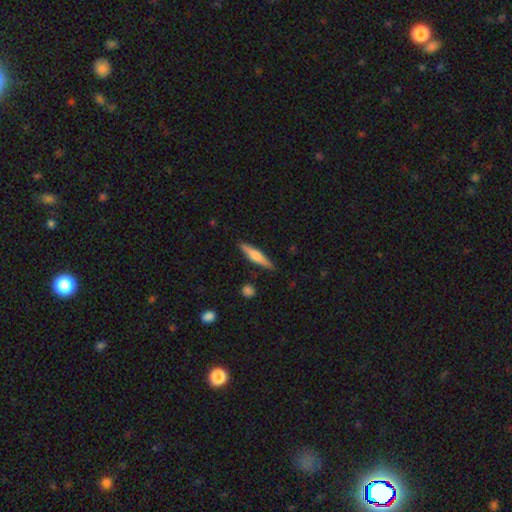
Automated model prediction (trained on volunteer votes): Smooth or featured? Predicted: featured or disk (p=0.51). Edge-on disk? Predicted: yes (p=0.96). Merging? Predicted: none (p=0.88).